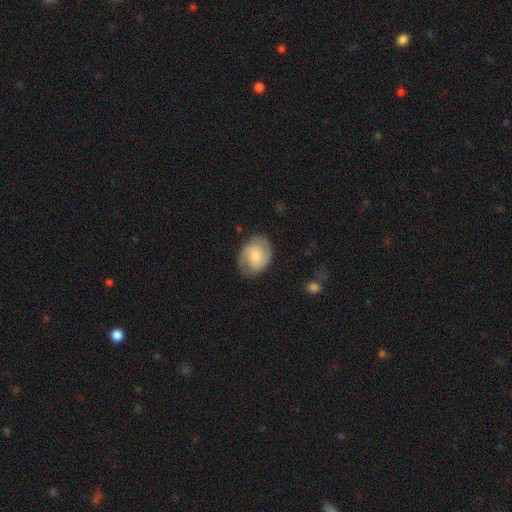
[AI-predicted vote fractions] featured or disk 57%, smooth 36%, star or artifact 7%. Down the decision tree: edge-on disk — no (97%); bar — no (68%); spiral arms — yes (89%); bulge size — moderate (44%); merging — none (77%).